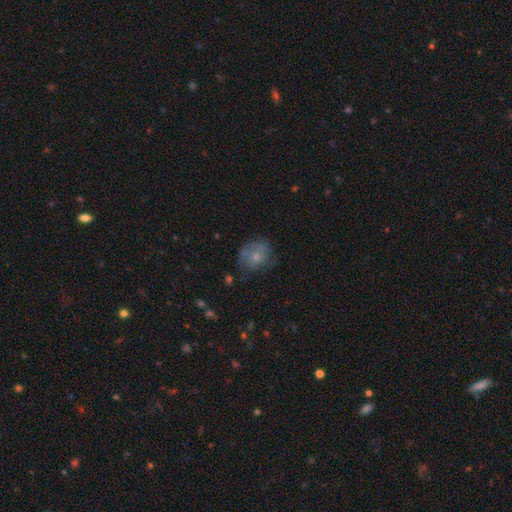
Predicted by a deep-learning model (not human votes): This appears to be a smooth galaxy with no disk features (59%) that is round (65%). Merging: none (56%).